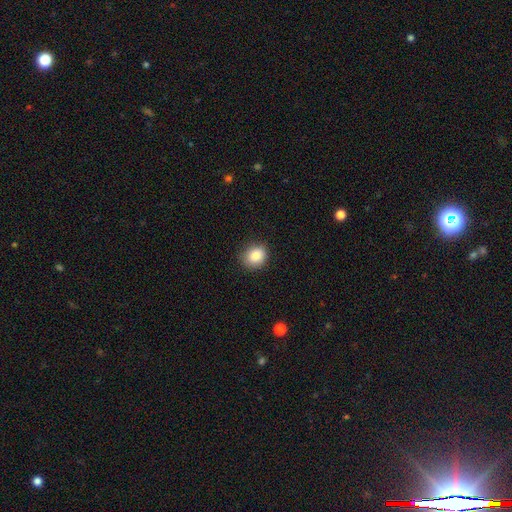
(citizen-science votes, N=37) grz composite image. It shows a smooth galaxy with no disk features (92%) that is round (74%). Merging: none (86%).